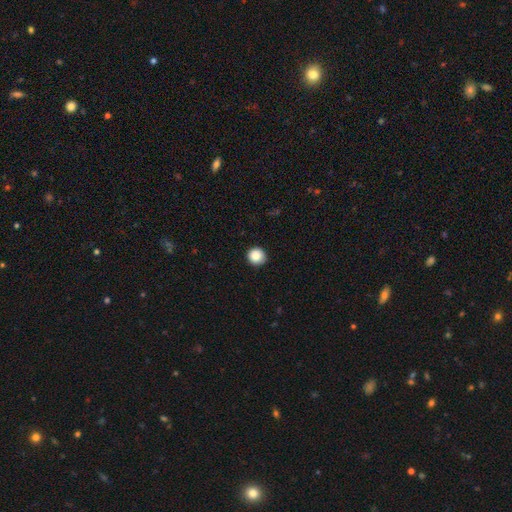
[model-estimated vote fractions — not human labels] This appears to be a smooth galaxy with no disk features (86%) that is round (94%). Merging: none (90%).